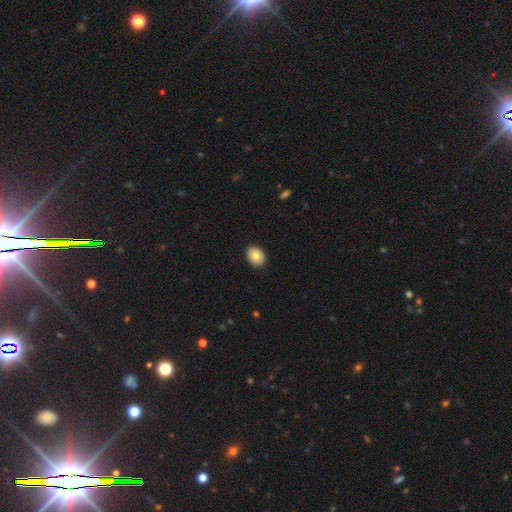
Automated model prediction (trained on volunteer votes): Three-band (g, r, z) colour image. It shows a smooth galaxy with no disk features (84%) that is in between round and cigar-shaped (62%). Merging: none (90%).